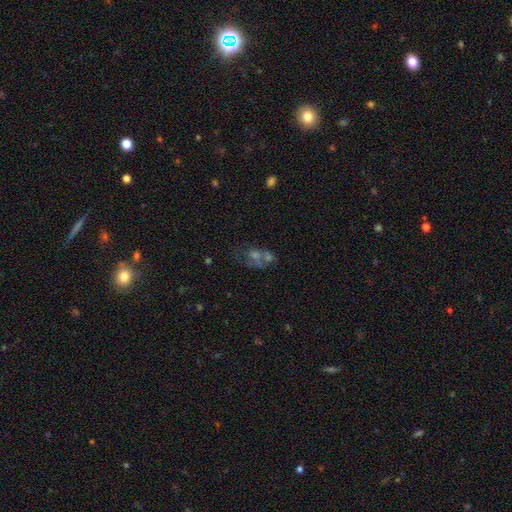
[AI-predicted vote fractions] Morphology: type=featured or disk (39%); merging=merger (39%).